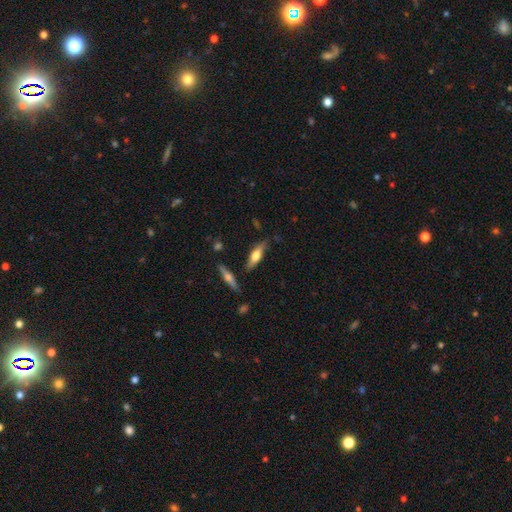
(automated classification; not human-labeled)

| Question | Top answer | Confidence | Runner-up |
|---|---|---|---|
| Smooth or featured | smooth | 49% | featured or disk (45%) |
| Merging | none | 73% | minor disturbance (18%) |